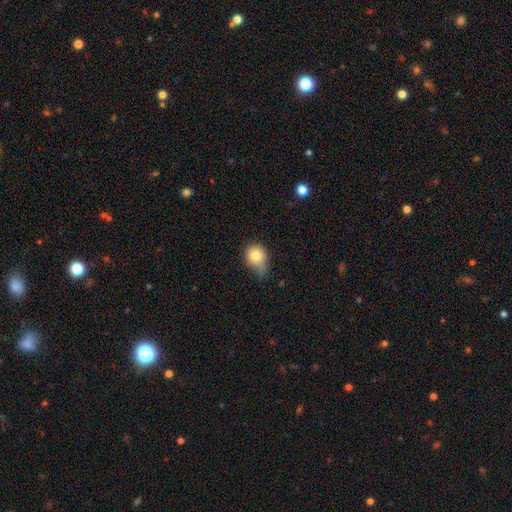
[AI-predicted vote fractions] Smooth or featured: smooth — 79% (featured or disk — 12%)
How rounded: round — 63% (in between — 35%)
Merging: minor disturbance — 46% (none — 28%)